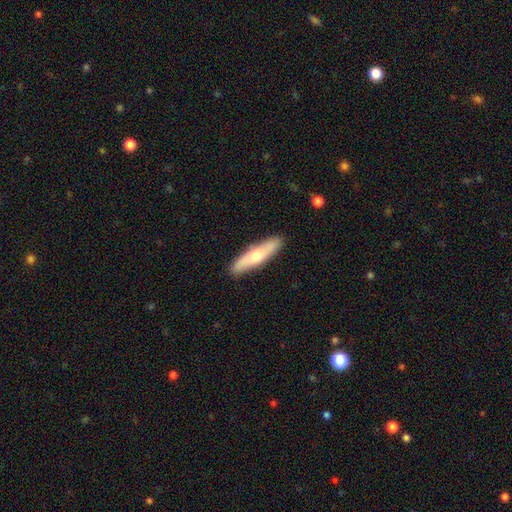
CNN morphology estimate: type=smooth (49%); merging=none (90%).